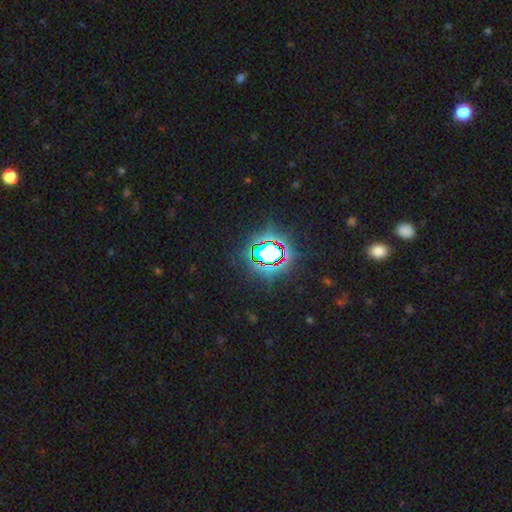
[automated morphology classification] Smooth or featured? star or artifact (79%)